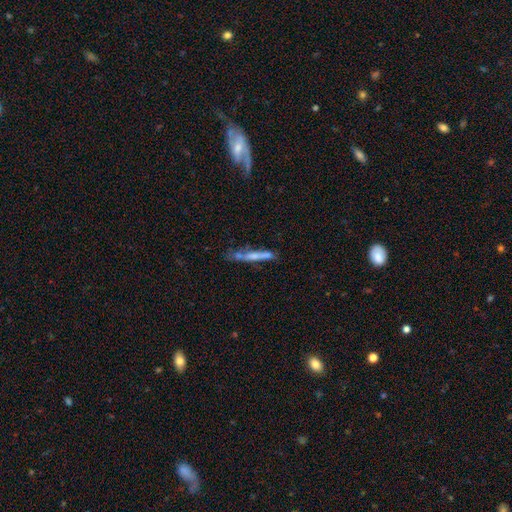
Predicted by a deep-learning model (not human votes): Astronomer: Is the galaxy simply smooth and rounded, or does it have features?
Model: smooth — 48% (runner-up: featured or disk, 43%).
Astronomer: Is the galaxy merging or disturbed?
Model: none — 61%.